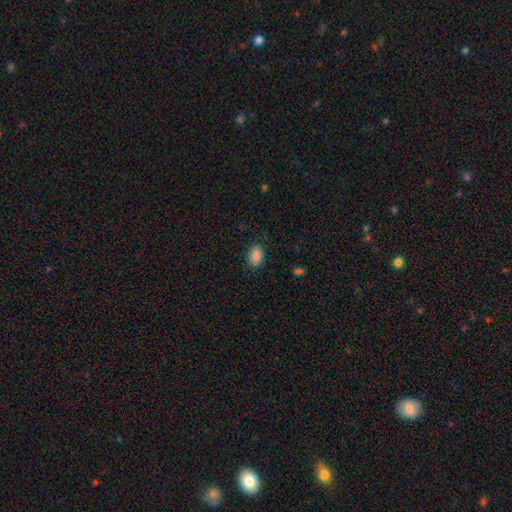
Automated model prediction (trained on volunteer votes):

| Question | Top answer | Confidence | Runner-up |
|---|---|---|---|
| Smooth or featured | smooth | 88% | star or artifact (8%) |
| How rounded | in between | 85% | round (14%) |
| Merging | none | 86% | minor disturbance (10%) |